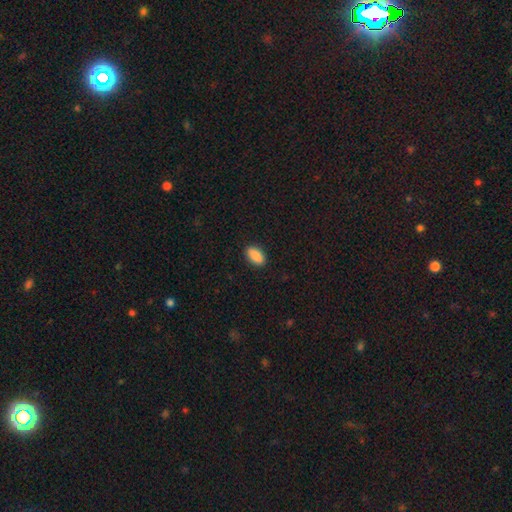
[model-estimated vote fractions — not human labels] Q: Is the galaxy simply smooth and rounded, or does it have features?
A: smooth — 89%.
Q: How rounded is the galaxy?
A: in between — 88%.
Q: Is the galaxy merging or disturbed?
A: none — 89%.